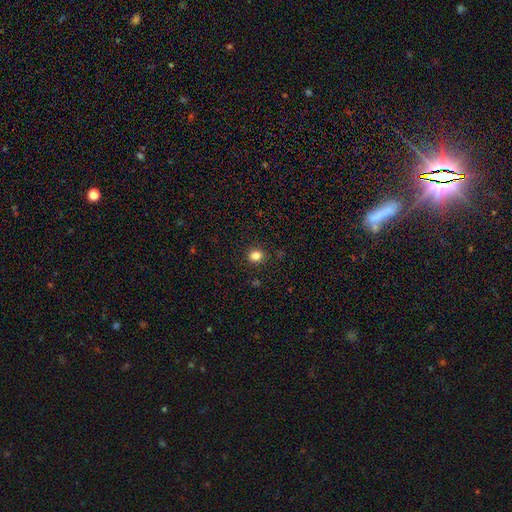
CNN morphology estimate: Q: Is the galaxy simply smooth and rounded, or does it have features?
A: smooth — 83%.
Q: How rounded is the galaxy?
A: round — 79%.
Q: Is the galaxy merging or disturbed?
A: none — 91%.